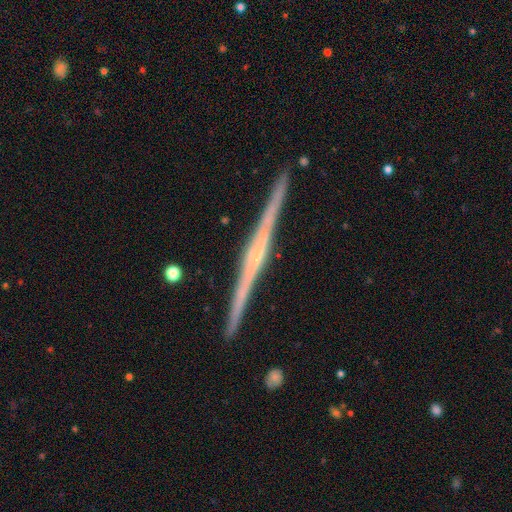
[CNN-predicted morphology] Smooth or featured?
  - featured or disk: 84% *
  - smooth: 11%
  - star or artifact: 5%
Edge-on disk?
  - yes: 99% *
  - no: 1%
Edge-on bulge?
  - rounded: 51% *
  - none: 33%
  - boxy: 16%
Merging?
  - none: 92% *
  - minor disturbance: 6%
  - merger: 1%
  - major disturbance: 1%